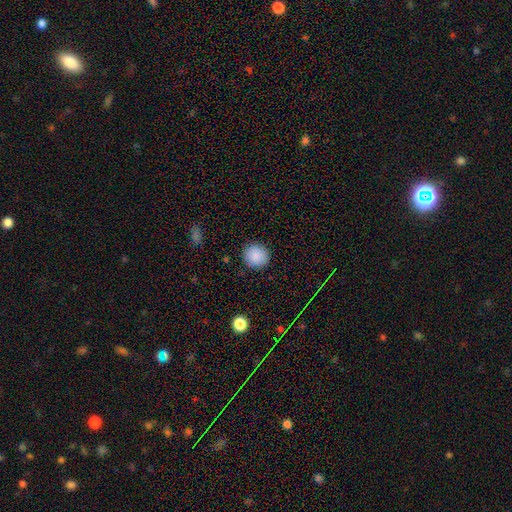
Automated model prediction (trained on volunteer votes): Smooth or featured?
  - smooth: 88% *
  - star or artifact: 8%
  - featured or disk: 3%
How rounded?
  - round: 89% *
  - in between: 10%
  - cigar-shaped: 1%
Merging?
  - none: 90% *
  - minor disturbance: 7%
  - major disturbance: 2%
  - merger: 1%